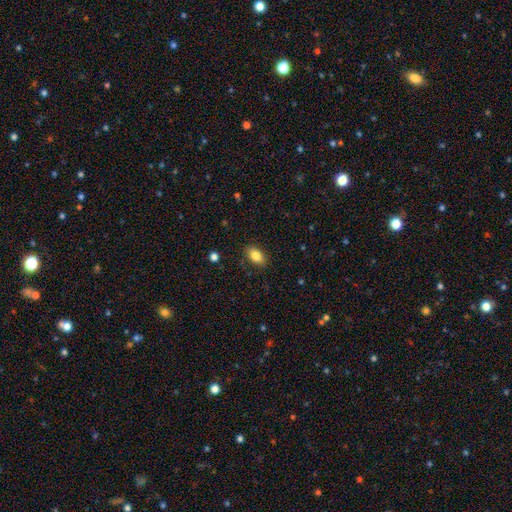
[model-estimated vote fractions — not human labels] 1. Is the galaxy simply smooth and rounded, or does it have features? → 84% smooth, 8% featured or disk, 8% star or artifact.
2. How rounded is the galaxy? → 88% in between, 8% round, 3% cigar-shaped.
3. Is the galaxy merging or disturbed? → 86% none, 10% minor disturbance, 2% major disturbance, 1% merger.